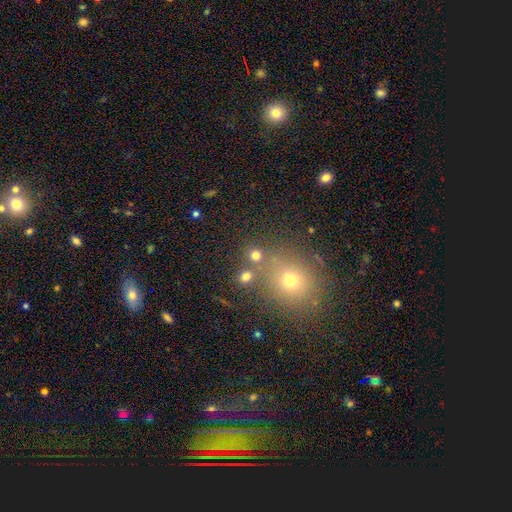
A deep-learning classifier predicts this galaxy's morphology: Smooth or featured?
  - smooth: 74% *
  - star or artifact: 18%
  - featured or disk: 8%
How rounded?
  - round: 87% *
  - in between: 12%
  - cigar-shaped: 1%
Merging?
  - none: 71% *
  - merger: 17%
  - minor disturbance: 8%
  - major disturbance: 4%